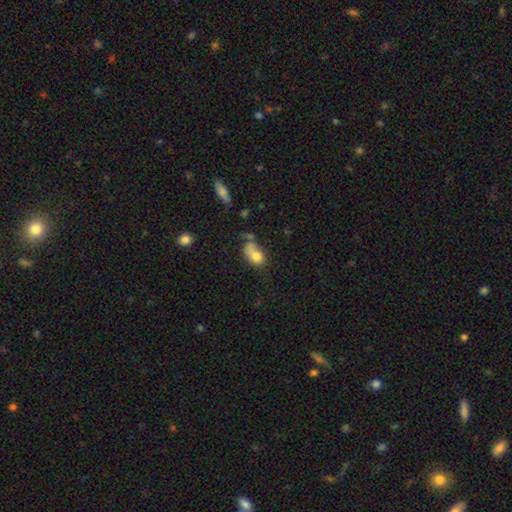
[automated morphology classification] The model was most divided on "merging": none: 31%, merger: 26%, minor disturbance: 24%, major disturbance: 19%. More confident: how rounded — in between (79%); smooth or featured — smooth (76%).